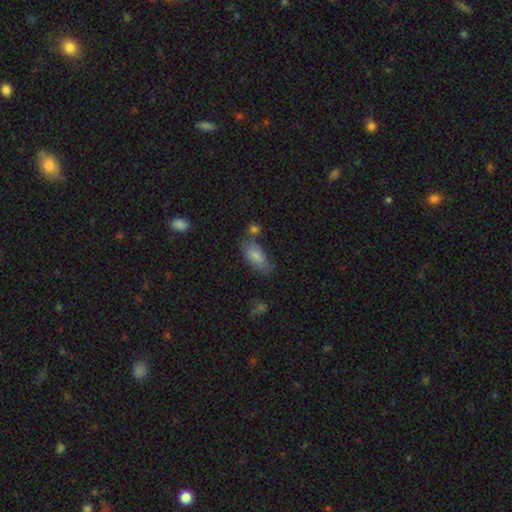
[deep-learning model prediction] The model was most divided on "merging": none: 54%, minor disturbance: 25%, merger: 13%, major disturbance: 9%. More confident: how rounded — in between (88%); smooth or featured — smooth (76%).